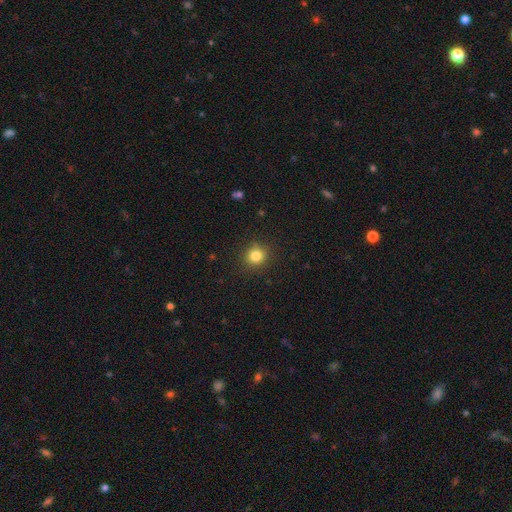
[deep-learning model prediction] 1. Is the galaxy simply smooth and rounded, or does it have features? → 83% smooth, 12% star or artifact, 5% featured or disk.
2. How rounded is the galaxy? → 88% round, 11% in between, 1% cigar-shaped.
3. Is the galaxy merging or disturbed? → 89% none, 7% minor disturbance, 2% major disturbance, 1% merger.